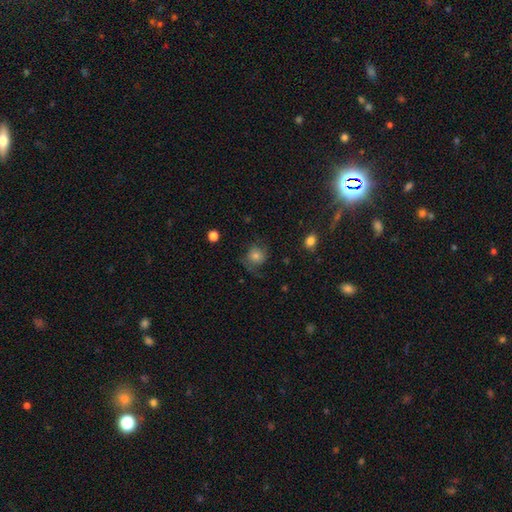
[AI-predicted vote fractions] This is likely a smooth galaxy (60%). How rounded: clearly round (83%). Merging: likely none (60%).